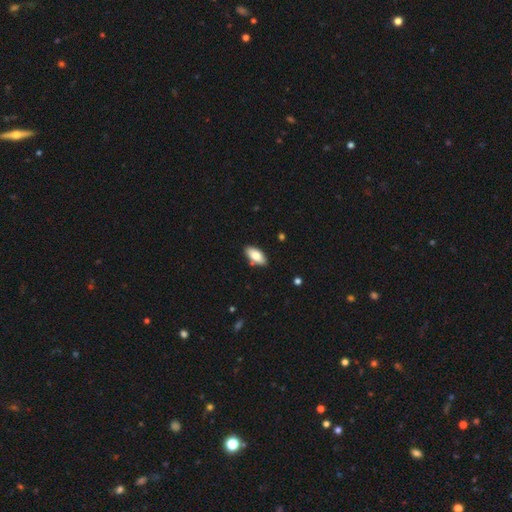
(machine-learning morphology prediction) Overall: smooth (82%). How rounded: in between (89%). Merging: none (84%).